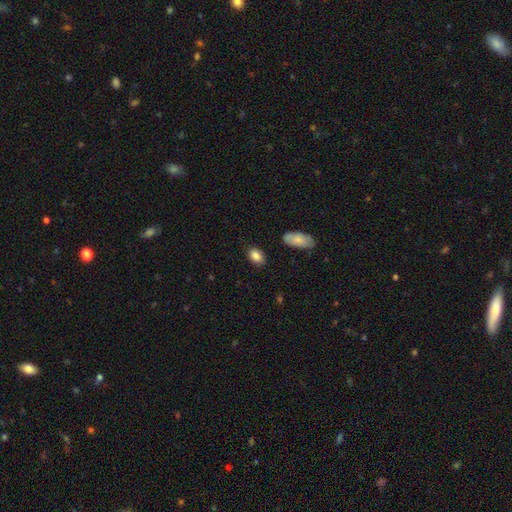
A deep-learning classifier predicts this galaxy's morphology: Smooth or featured? Predicted: smooth (p=0.87). How rounded? Predicted: in between (p=0.85). Merging? Predicted: none (p=0.85).